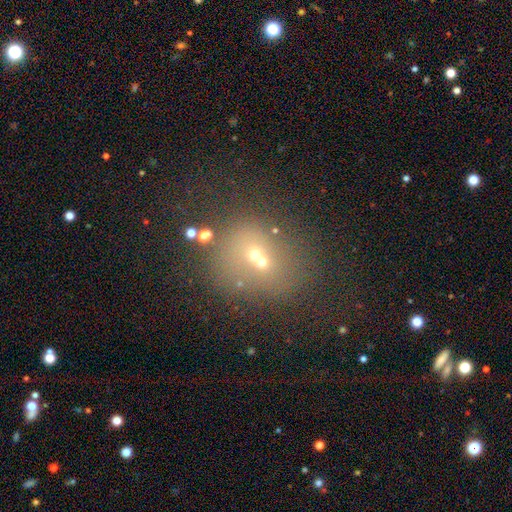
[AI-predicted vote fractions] Overall: smooth (49%; star or artifact 27%). Merging: merger (47%; none 38%).